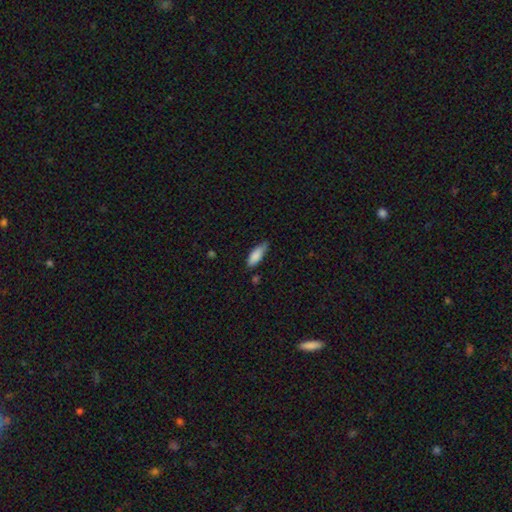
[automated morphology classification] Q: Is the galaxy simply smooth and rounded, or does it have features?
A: smooth — 85%.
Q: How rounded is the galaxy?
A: in between — 63%.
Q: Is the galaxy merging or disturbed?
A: none — 65%.